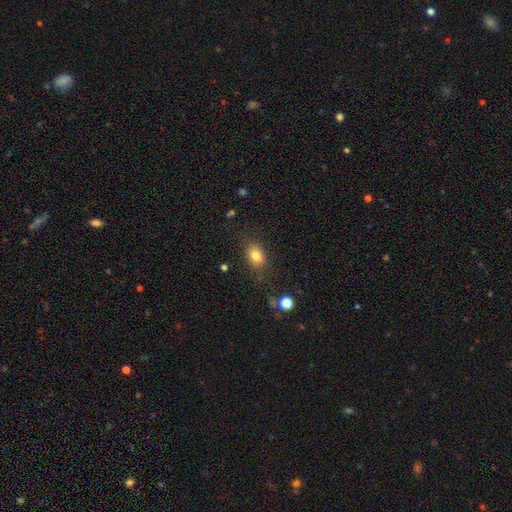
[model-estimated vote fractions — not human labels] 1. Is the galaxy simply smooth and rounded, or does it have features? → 79% smooth, 11% star or artifact, 10% featured or disk.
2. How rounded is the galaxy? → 65% in between, 33% round, 2% cigar-shaped.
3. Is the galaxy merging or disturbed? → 73% none, 17% minor disturbance, 7% major disturbance, 3% merger.